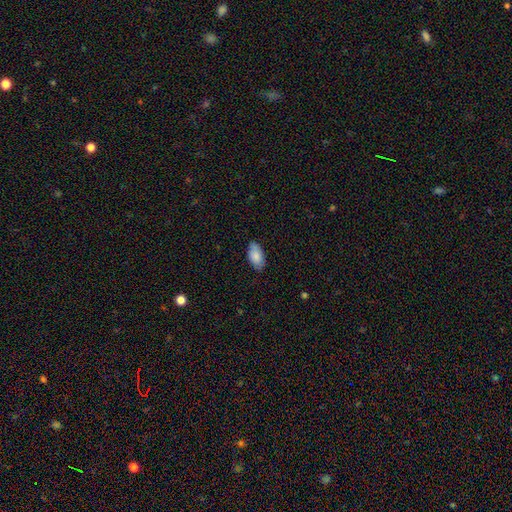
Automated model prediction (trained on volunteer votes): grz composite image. It shows a smooth galaxy with no disk features (83%) that is in between round and cigar-shaped (94%). Merging: none (78%).